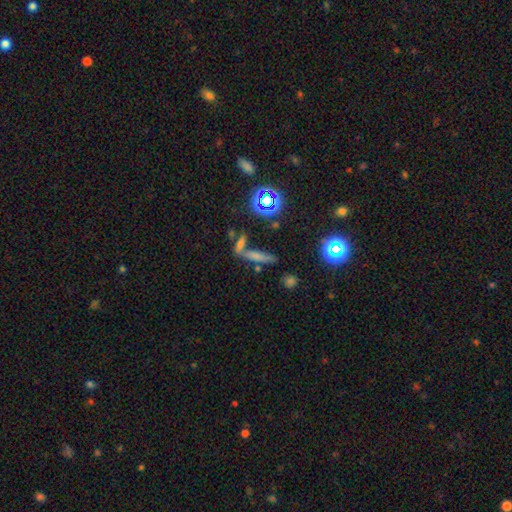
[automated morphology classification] type=smooth (52%); roundness=cigar-shaped (77%); merging=none (51%).